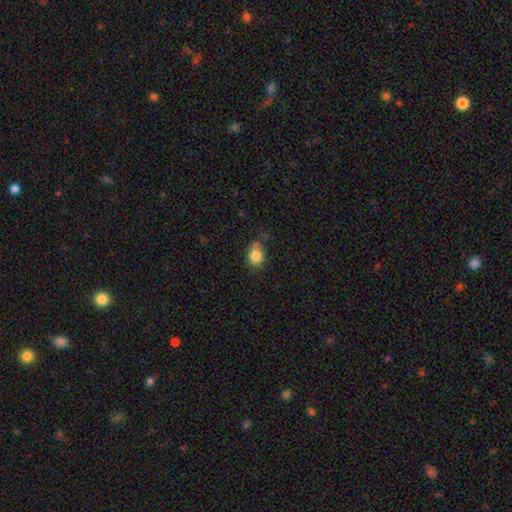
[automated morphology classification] Overall: smooth (83%). How rounded: in between (60%; round 39%). Merging: none (59%; minor disturbance 29%).